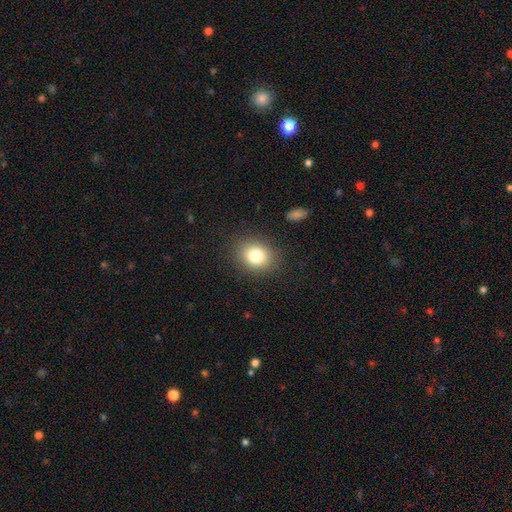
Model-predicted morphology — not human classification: Overall: smooth (81%). How rounded: round (55%; in between 44%). Merging: none (86%).